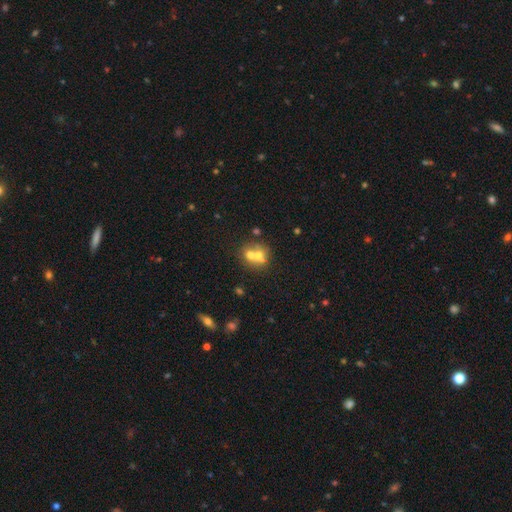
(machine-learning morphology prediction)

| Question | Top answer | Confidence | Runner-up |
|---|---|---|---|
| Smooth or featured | smooth | 57% | featured or disk (30%) |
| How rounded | round | 72% | in between (27%) |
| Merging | merger | 61% | none (29%) |